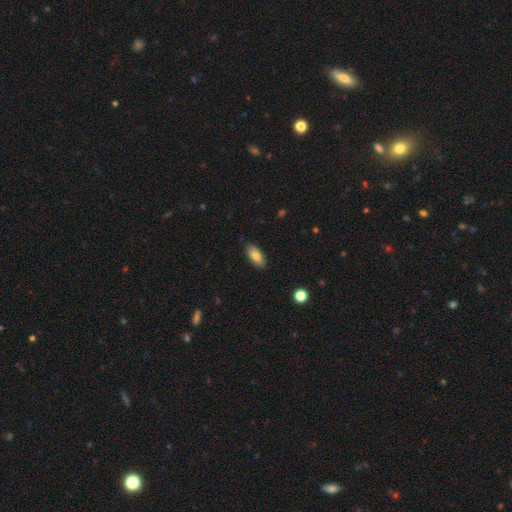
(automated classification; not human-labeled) A smooth galaxy with no disk features (78%) that is in between round and cigar-shaped (85%).

Vote fractions:
- Smooth or featured? smooth: 78% / featured or disk: 15% / star or artifact: 7%
- How rounded? in between: 85% / cigar-shaped: 13% / round: 3%
- Merging? none: 87% / minor disturbance: 10% / major disturbance: 2% / merger: 1%